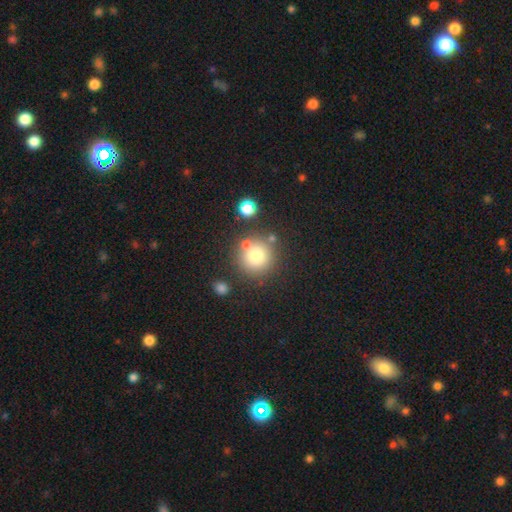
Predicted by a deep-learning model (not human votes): A smooth galaxy with no disk features (76%) that is round (94%).

Vote fractions:
- Smooth or featured? smooth: 76% / star or artifact: 13% / featured or disk: 11%
- How rounded? round: 94% / in between: 5% / cigar-shaped: 1%
- Merging? none: 74% / merger: 12% / minor disturbance: 10% / major disturbance: 4%